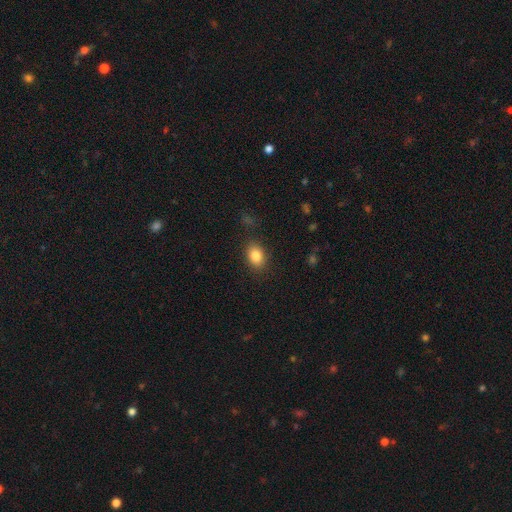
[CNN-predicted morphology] This is clearly a smooth galaxy (84%). How rounded: likely in between (75%). Merging: clearly none (84%).